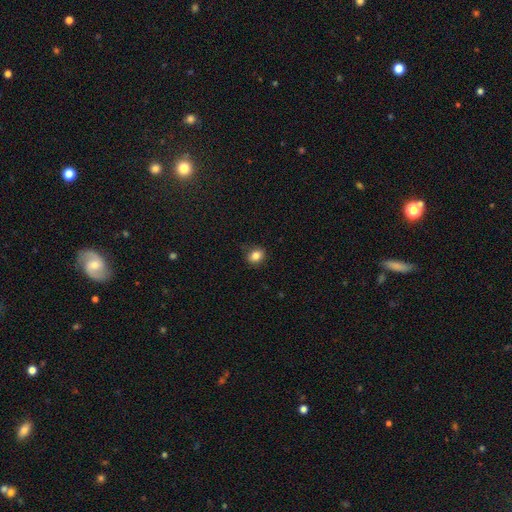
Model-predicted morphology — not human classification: A smooth galaxy with no disk features (84%) that is round (53%). Merging: none (84%).